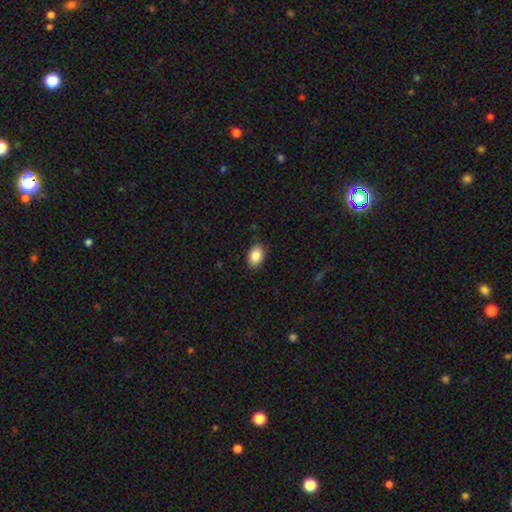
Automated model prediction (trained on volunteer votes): This appears to be a smooth galaxy with no disk features (86%) that is in between round and cigar-shaped (82%). Merging: none (87%).